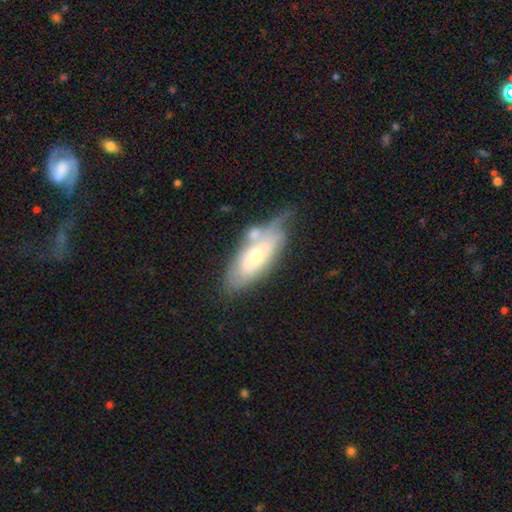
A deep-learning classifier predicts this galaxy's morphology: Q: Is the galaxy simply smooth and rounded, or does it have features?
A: featured or disk — 55%.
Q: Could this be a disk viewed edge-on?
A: no — 80%.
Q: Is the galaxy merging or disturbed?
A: none — 41%.